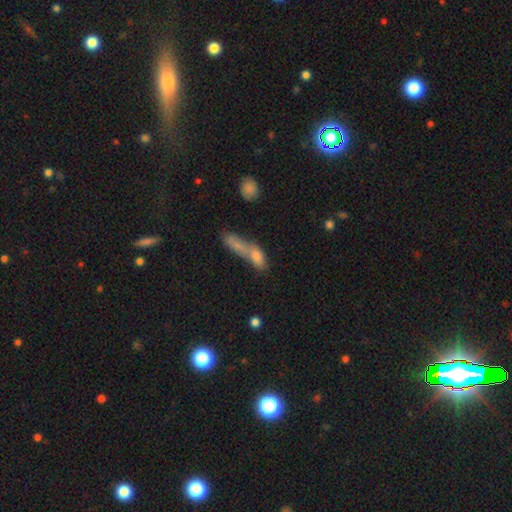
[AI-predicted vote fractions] Smooth or featured: smooth — 70% (featured or disk — 18%)
How rounded: in between — 52% (cigar-shaped — 39%)
Merging: merger — 62% (none — 22%)